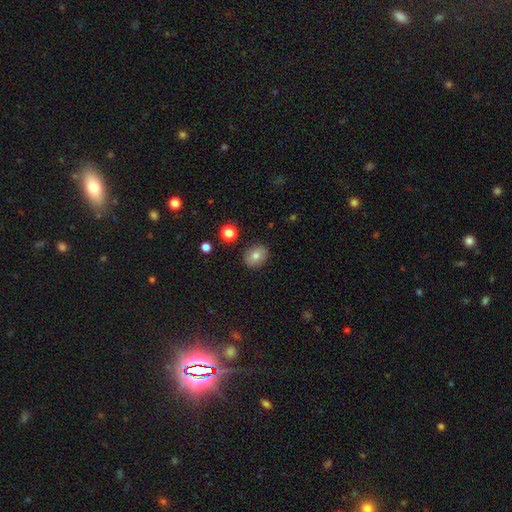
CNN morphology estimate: A smooth galaxy with no disk features (79%) that is in between round and cigar-shaped (57%).

Vote fractions:
- Smooth or featured? smooth: 79% / featured or disk: 11% / star or artifact: 10%
- How rounded? in between: 57% / round: 42% / cigar-shaped: 1%
- Merging? none: 87% / minor disturbance: 9% / major disturbance: 2% / merger: 2%